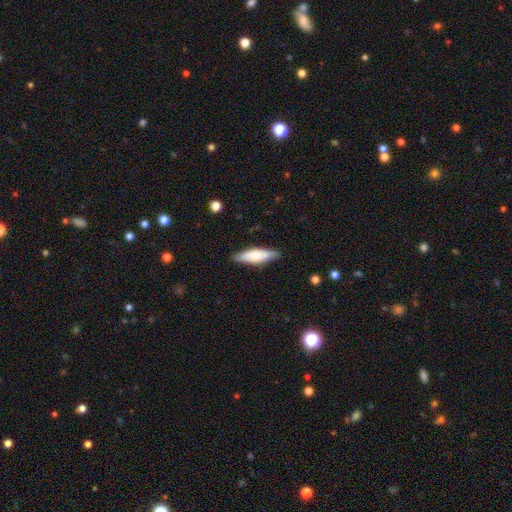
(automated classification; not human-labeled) smooth-or-featured: smooth: 65% | featured or disk: 29% | star or artifact: 6%
  how-rounded: cigar-shaped: 53% | in between: 45% | round: 2%
  merging: none: 85% | minor disturbance: 11% | major disturbance: 2% | merger: 1%